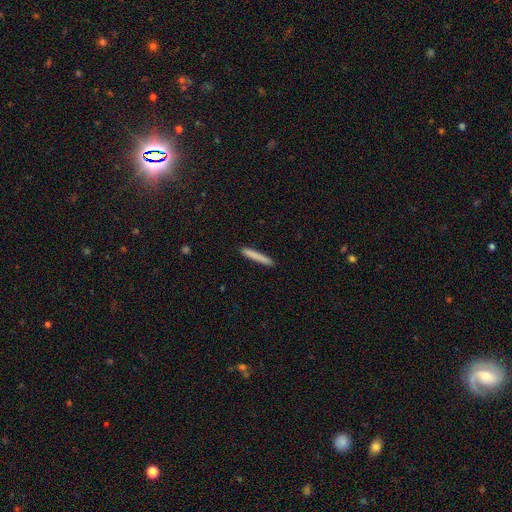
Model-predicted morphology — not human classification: Smooth or featured?
  - smooth: 82% *
  - featured or disk: 12%
  - star or artifact: 6%
How rounded?
  - cigar-shaped: 96% *
  - in between: 3%
  - round: 1%
Merging?
  - none: 91% *
  - minor disturbance: 6%
  - major disturbance: 1%
  - merger: 1%